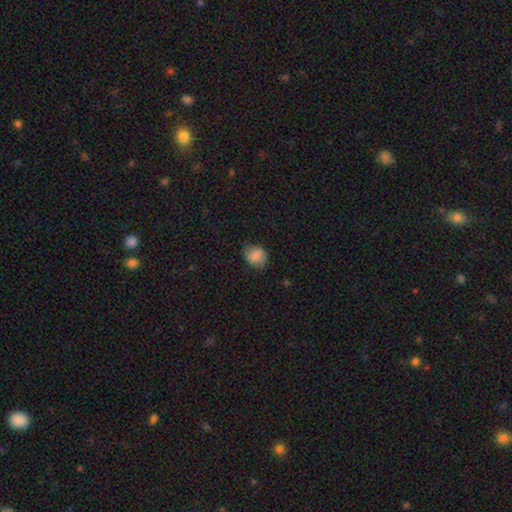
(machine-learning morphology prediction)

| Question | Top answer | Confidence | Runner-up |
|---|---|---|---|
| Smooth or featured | smooth | 78% | featured or disk (14%) |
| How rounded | round | 61% | in between (38%) |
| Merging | none | 74% | minor disturbance (20%) |